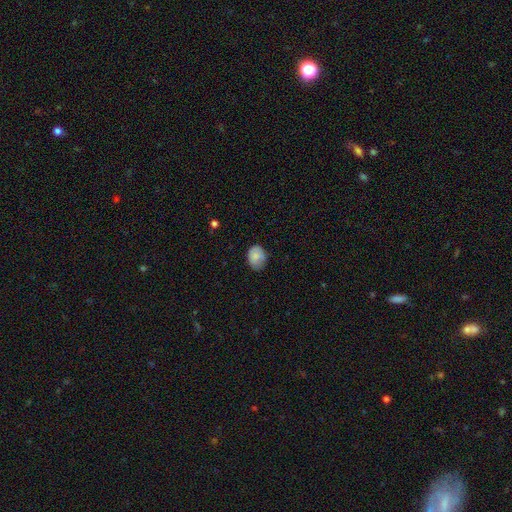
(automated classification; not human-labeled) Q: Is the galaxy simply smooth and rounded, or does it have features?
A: smooth — 82%.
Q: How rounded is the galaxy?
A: in between — 61%.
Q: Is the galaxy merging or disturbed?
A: none — 68%.